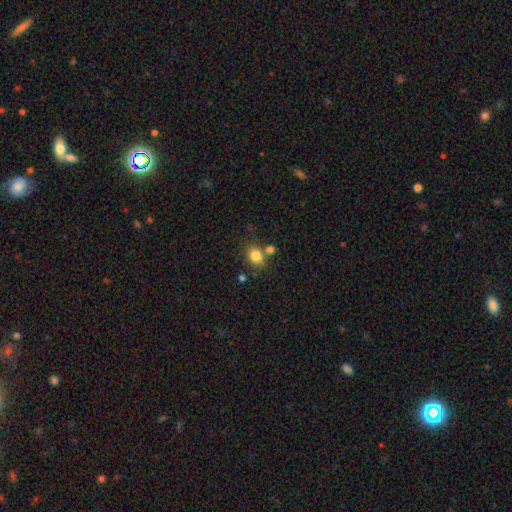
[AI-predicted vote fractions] smooth 82%, star or artifact 11%, featured or disk 7%. Down the decision tree: how rounded — in between (50%); merging — none (66%).